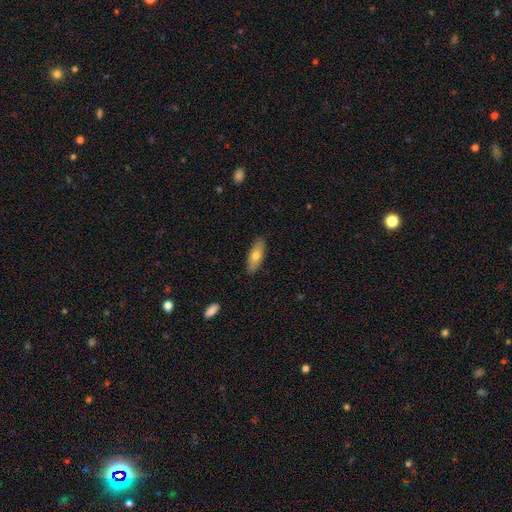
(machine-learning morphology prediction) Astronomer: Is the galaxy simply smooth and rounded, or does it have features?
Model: smooth — 66%.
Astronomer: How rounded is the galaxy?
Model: in between — 69%.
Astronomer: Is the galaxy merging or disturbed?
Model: none — 88%.